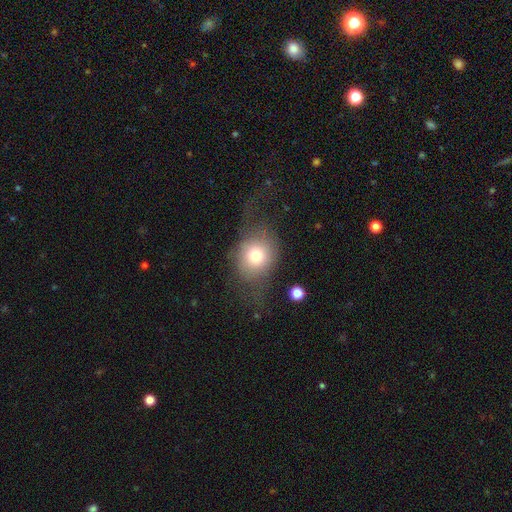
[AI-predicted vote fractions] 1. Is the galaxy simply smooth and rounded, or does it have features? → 72% smooth, 18% featured or disk, 11% star or artifact.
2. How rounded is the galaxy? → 66% round, 33% in between, 1% cigar-shaped.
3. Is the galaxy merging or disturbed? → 49% none, 28% major disturbance, 20% minor disturbance, 3% merger.